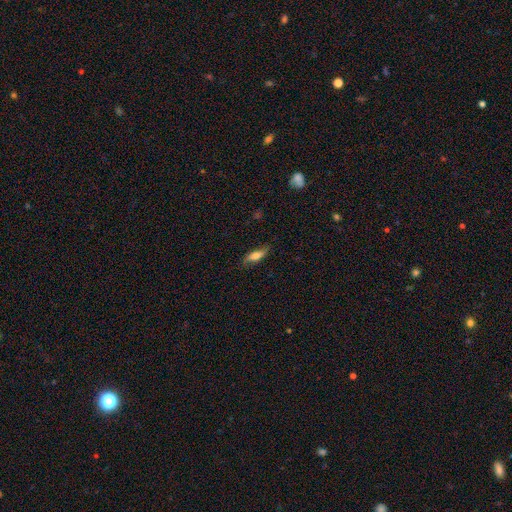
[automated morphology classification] smooth-or-featured: smooth: 68% | featured or disk: 25% | star or artifact: 7%
  how-rounded: in between: 52% | cigar-shaped: 45% | round: 3%
  merging: none: 75% | minor disturbance: 20% | major disturbance: 4% | merger: 1%